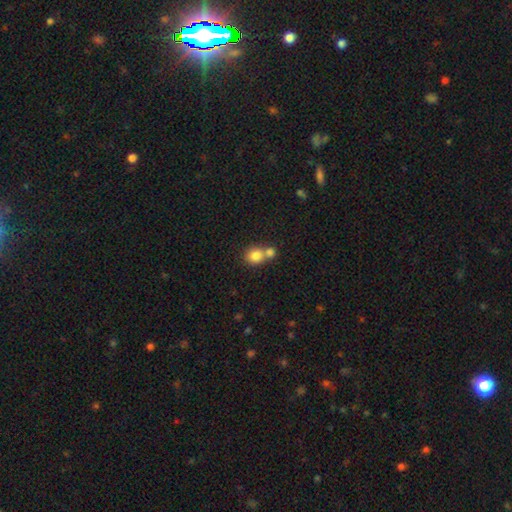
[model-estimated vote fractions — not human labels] Q: Smooth or featured?
A: smooth (82%); runner-up: star or artifact (10%)
Q: How rounded?
A: round (81%); runner-up: in between (18%)
Q: Merging?
A: merger (47%); runner-up: none (43%)